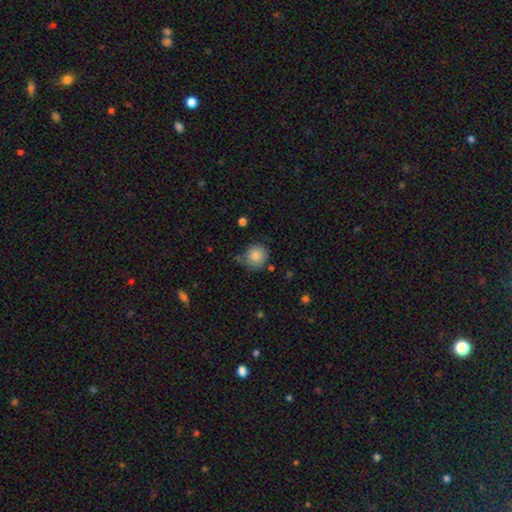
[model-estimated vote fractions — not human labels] smooth_or_featured: smooth (p=0.85) [alt: star or artifact p=0.09]
how_rounded: round (p=0.88) [alt: in between p=0.11]
merging: none (p=0.75) [alt: minor disturbance p=0.17]